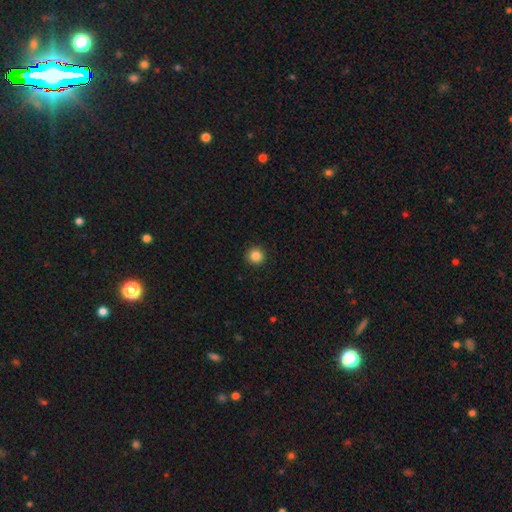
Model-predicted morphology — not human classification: Smooth or featured?
  - smooth: 86% *
  - star or artifact: 11%
  - featured or disk: 4%
How rounded?
  - round: 95% *
  - in between: 4%
  - cigar-shaped: 1%
Merging?
  - none: 93% *
  - minor disturbance: 5%
  - major disturbance: 2%
  - merger: 1%